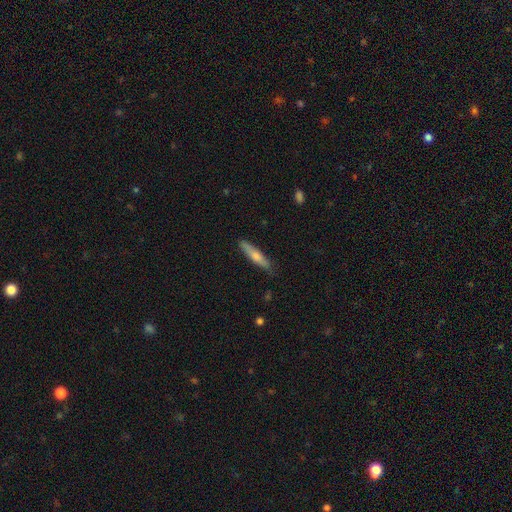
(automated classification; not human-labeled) This is possibly a smooth galaxy (57%). How rounded: clearly cigar-shaped (88%). Merging: clearly none (85%).